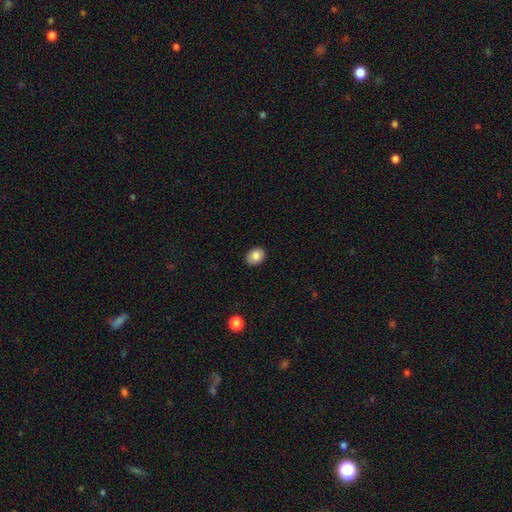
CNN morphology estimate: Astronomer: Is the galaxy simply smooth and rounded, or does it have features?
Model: smooth — 84%.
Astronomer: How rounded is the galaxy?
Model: in between — 58% (runner-up: round, 41%).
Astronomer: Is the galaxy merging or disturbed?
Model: none — 85%.